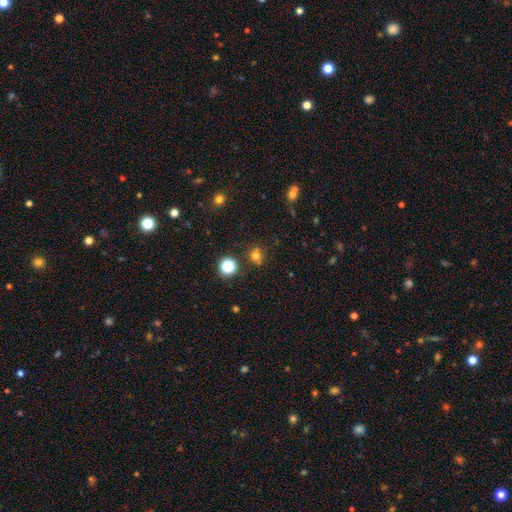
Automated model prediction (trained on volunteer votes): A smooth galaxy with no disk features (70%) that is round (84%).

Vote fractions:
- Smooth or featured? smooth: 70% / star or artifact: 23% / featured or disk: 7%
- How rounded? round: 84% / in between: 15% / cigar-shaped: 1%
- Merging? none: 77% / minor disturbance: 11% / merger: 9% / major disturbance: 4%